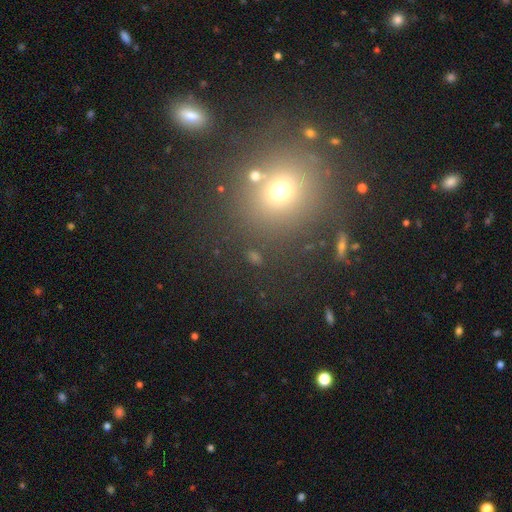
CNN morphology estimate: Q: Smooth or featured?
A: smooth (55%); runner-up: star or artifact (34%)
Q: How rounded?
A: round (68%); runner-up: in between (28%)
Q: Merging?
A: none (78%); runner-up: minor disturbance (9%)